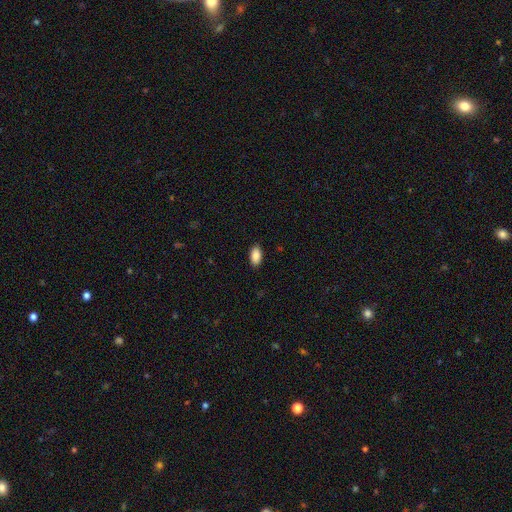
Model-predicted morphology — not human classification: smooth_or_featured: smooth (p=0.89) [alt: star or artifact p=0.07]
how_rounded: in between (p=0.94) [alt: round p=0.03]
merging: none (p=0.89) [alt: minor disturbance p=0.08]